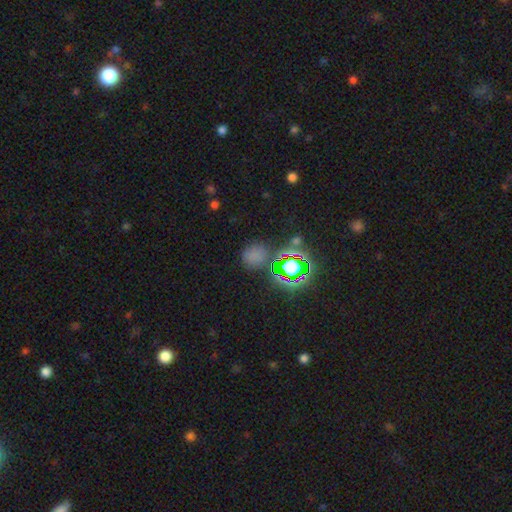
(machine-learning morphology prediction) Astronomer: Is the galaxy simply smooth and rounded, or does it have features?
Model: smooth — 52% (runner-up: star or artifact, 41%).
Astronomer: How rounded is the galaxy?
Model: round — 78%.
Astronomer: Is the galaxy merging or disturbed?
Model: none — 77%.